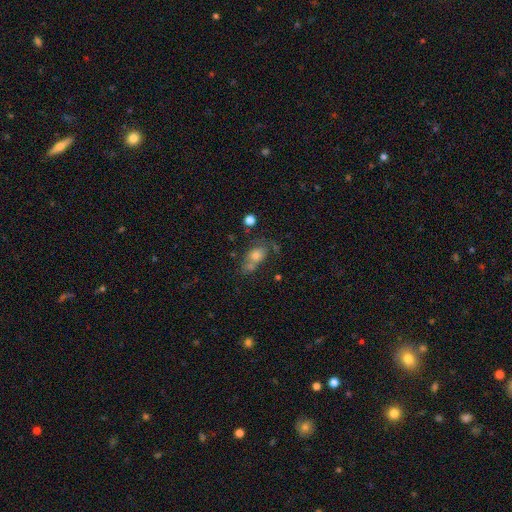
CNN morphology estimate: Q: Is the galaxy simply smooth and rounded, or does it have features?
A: smooth — 58%.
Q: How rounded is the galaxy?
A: in between — 61%.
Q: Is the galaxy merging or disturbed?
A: none — 45%.